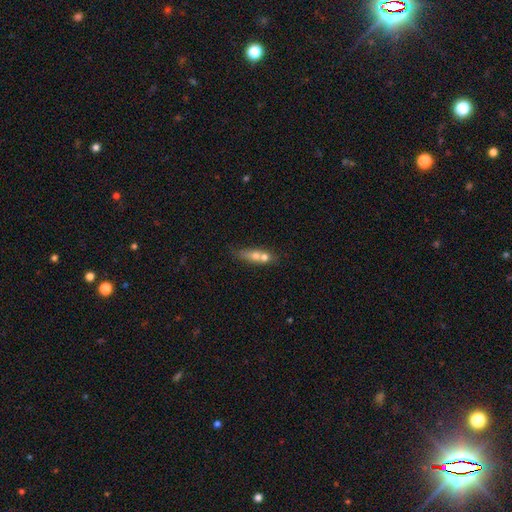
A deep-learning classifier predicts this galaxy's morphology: Smooth or featured: smooth — 61% (featured or disk — 29%)
How rounded: in between — 47% (cigar-shaped — 34%)
Merging: merger — 51% (none — 31%)